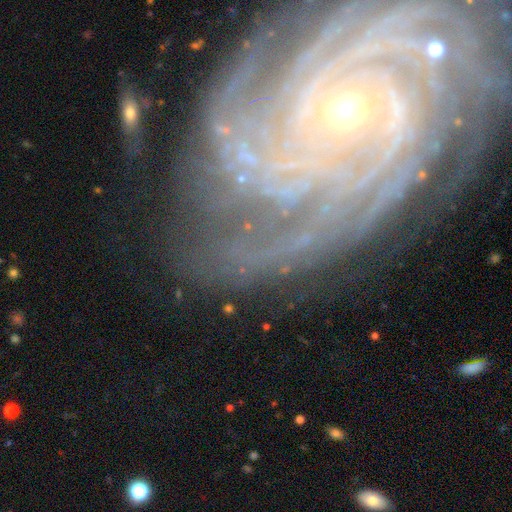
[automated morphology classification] type=featured or disk (86%); edge-on=no (96%); bar=no (68%); spiral arms=yes (96%); winding=tight (80%); arm count=more than 4 (28%); bulge=small (71%); merging=none (76%).